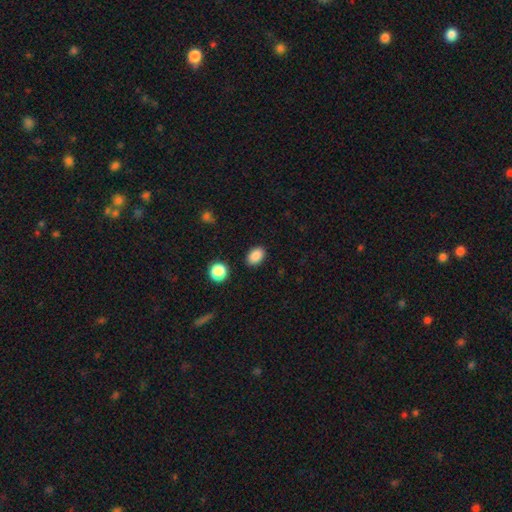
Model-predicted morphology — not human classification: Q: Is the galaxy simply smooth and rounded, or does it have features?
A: smooth — 87%.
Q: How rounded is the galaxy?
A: in between — 79%.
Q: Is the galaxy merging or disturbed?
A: none — 87%.